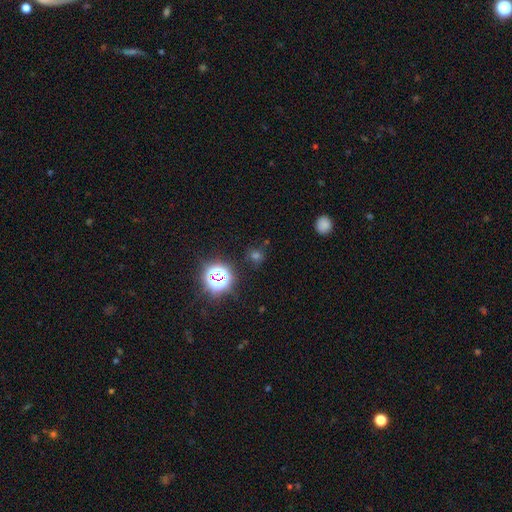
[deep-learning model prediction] star or artifact 48%, smooth 44%, featured or disk 8%.